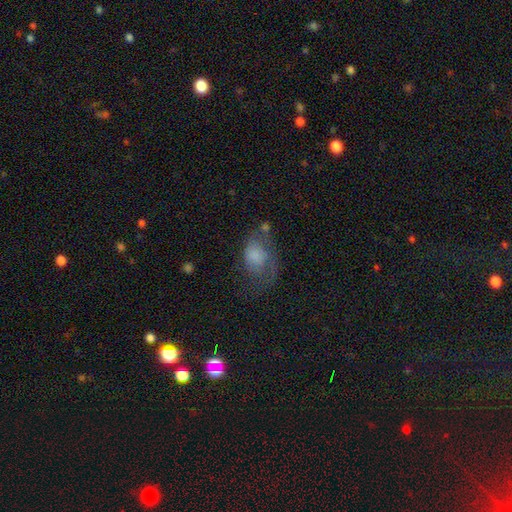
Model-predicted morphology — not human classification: A smooth galaxy with no disk features (58%) that is in between round and cigar-shaped (70%).

Vote fractions:
- Smooth or featured? smooth: 58% / featured or disk: 33% / star or artifact: 10%
- How rounded? in between: 70% / round: 28% / cigar-shaped: 1%
- Merging? major disturbance: 38% / none: 31% / minor disturbance: 26% / merger: 5%